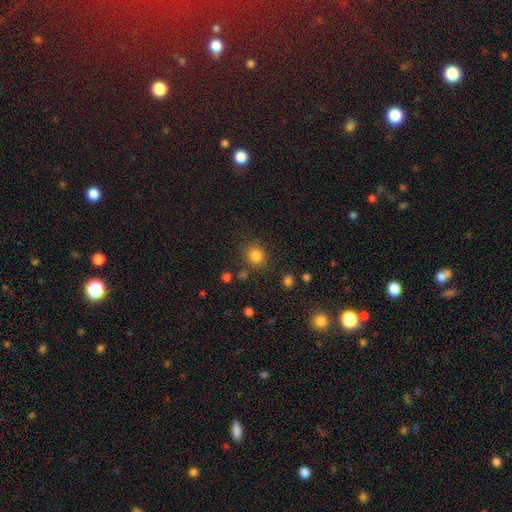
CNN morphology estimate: smooth-or-featured: smooth: 83% | star or artifact: 12% | featured or disk: 5%
  how-rounded: round: 78% | in between: 21% | cigar-shaped: 1%
  merging: none: 82% | minor disturbance: 10% | major disturbance: 4% | merger: 4%